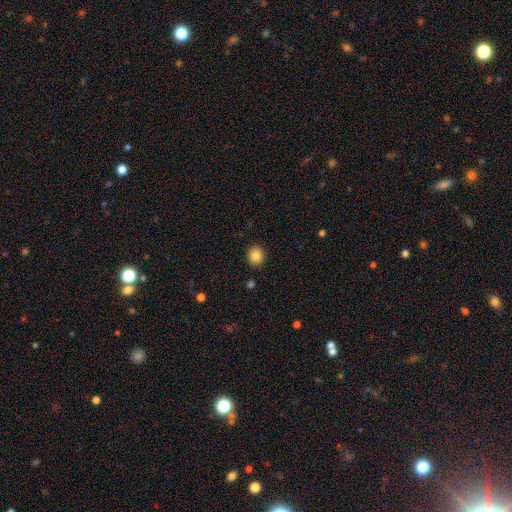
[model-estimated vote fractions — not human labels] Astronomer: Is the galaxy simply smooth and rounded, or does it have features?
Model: smooth — 85%.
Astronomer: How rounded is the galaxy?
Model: round — 81%.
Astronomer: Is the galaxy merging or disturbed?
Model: none — 90%.